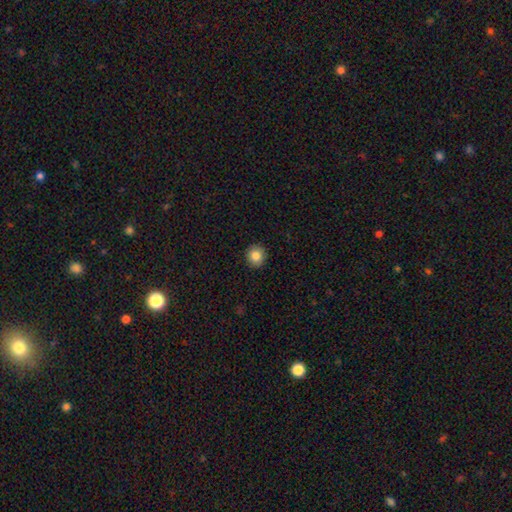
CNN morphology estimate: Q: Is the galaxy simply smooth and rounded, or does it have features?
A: smooth — 85%.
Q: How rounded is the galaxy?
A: round — 90%.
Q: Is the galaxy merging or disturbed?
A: none — 92%.